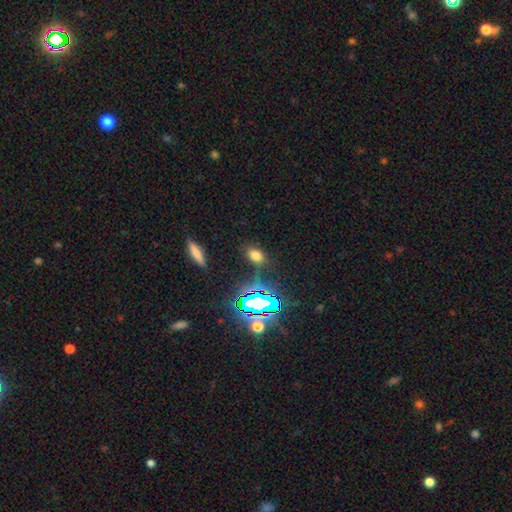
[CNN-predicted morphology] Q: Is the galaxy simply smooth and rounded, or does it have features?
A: smooth — 66%.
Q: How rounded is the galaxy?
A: in between — 79%.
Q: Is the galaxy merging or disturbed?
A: none — 80%.